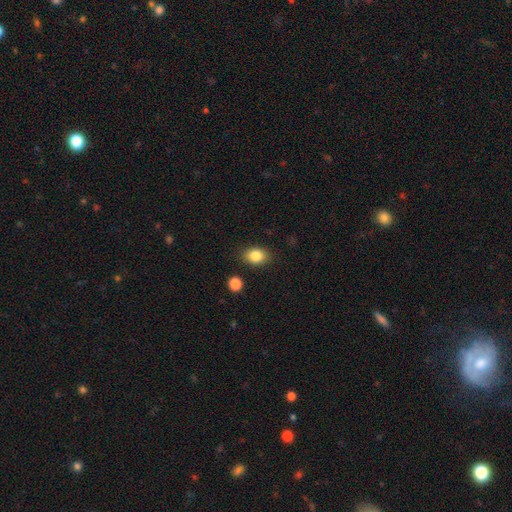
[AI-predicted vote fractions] Q: Smooth or featured?
A: smooth (85%); runner-up: star or artifact (9%)
Q: How rounded?
A: in between (69%); runner-up: round (30%)
Q: Merging?
A: none (84%); runner-up: minor disturbance (10%)